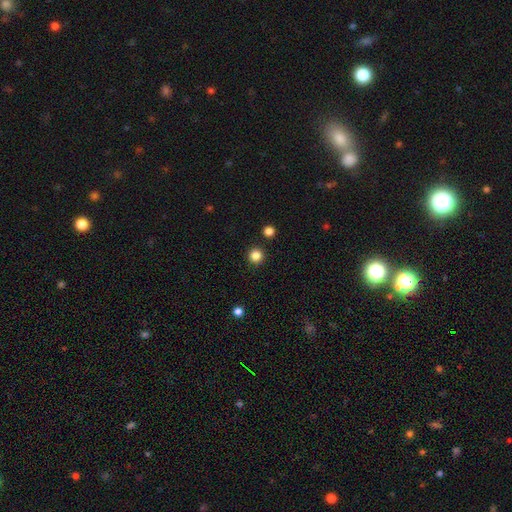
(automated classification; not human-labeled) A smooth galaxy with no disk features (84%) that is round (95%). Merging: none (92%).